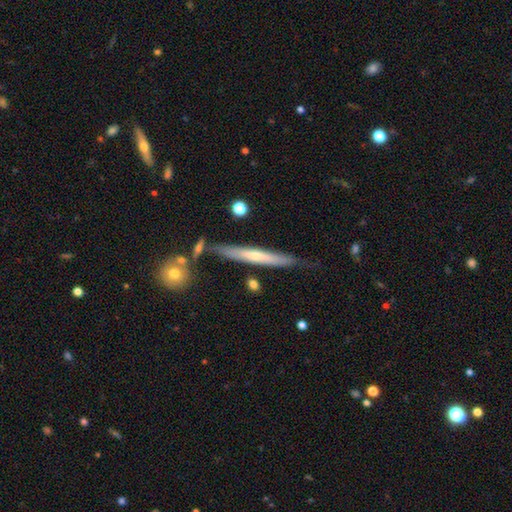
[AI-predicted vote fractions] featured or disk 54%, smooth 41%, star or artifact 6%. Down the decision tree: edge-on disk — yes (90%); merging — none (74%).